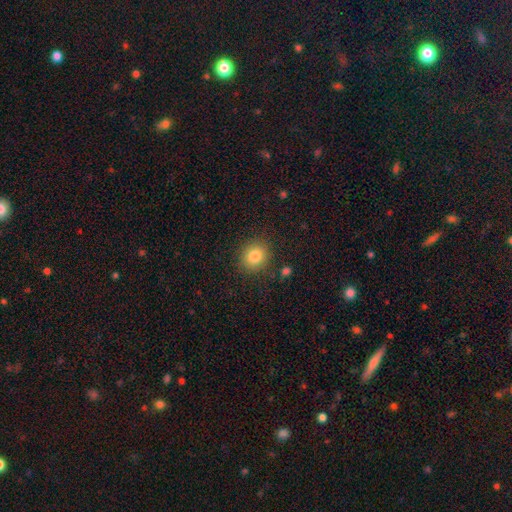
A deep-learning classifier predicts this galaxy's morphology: The model was most divided on "how rounded": round: 75%, in between: 24%, cigar-shaped: 1%. More confident: merging — none (85%); smooth or featured — smooth (83%).